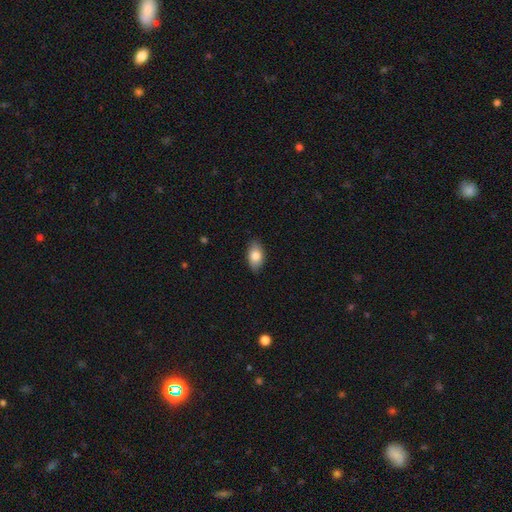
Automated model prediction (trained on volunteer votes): Smooth or featured? Predicted: smooth (p=0.82). How rounded? Predicted: in between (p=0.91). Merging? Predicted: none (p=0.85).